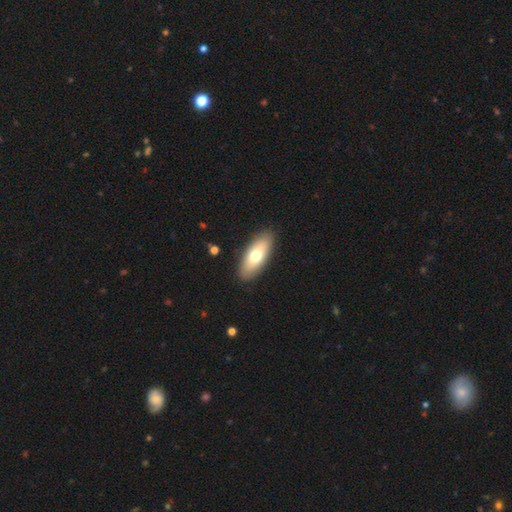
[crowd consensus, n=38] A smooth galaxy with no disk features (79%) that is in between round and cigar-shaped (73%). Merging: none (86%).